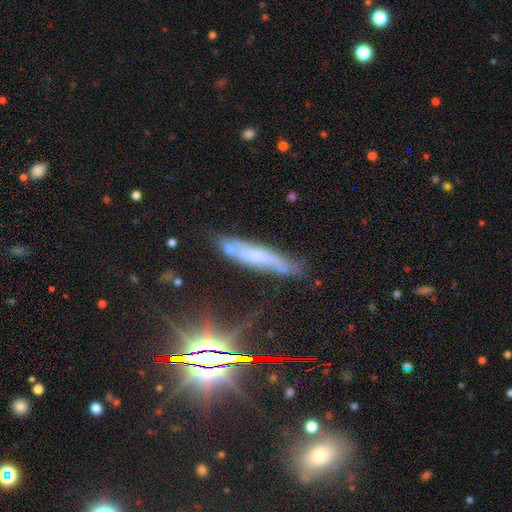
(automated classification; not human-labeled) This appears to be a featured or disk galaxy (43%). Merging: none (64%).